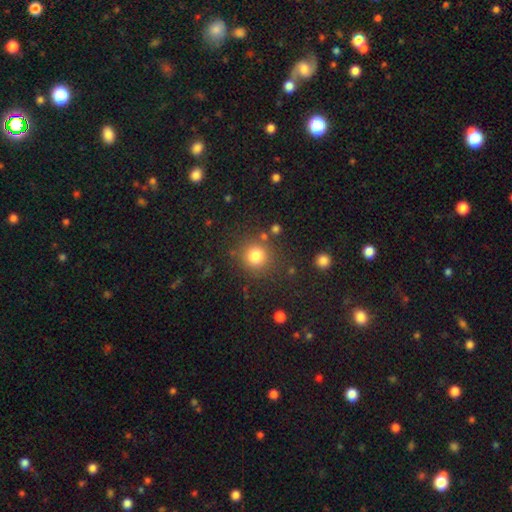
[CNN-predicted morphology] Smooth or featured? Predicted: smooth (p=0.81). How rounded? Predicted: round (p=0.93). Merging? Predicted: none (p=0.83).